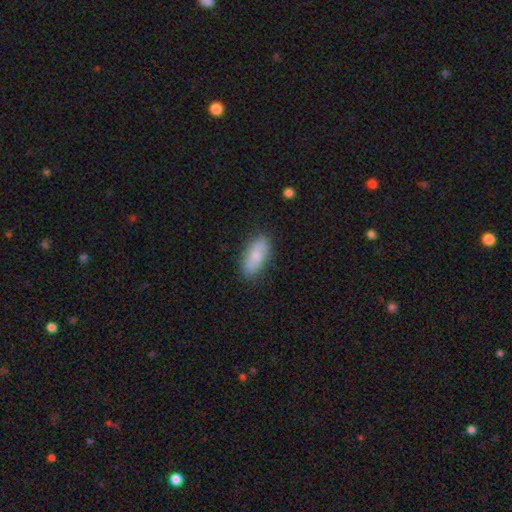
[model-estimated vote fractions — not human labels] A smooth galaxy with no disk features (73%) that is in between round and cigar-shaped (84%).

Vote fractions:
- Smooth or featured? smooth: 73% / featured or disk: 21% / star or artifact: 6%
- How rounded? in between: 84% / cigar-shaped: 13% / round: 3%
- Merging? none: 84% / minor disturbance: 12% / major disturbance: 2% / merger: 1%